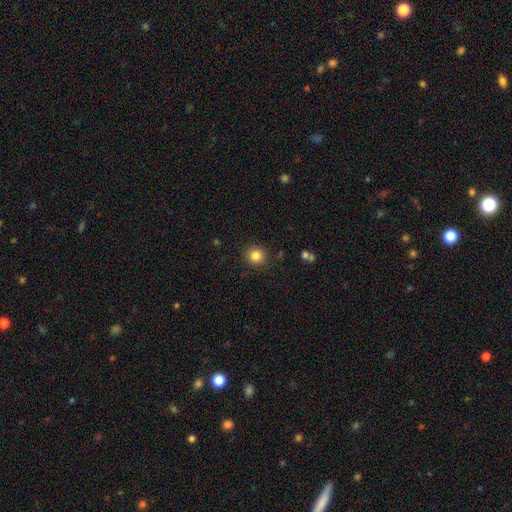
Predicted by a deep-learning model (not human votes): Morphology: type=smooth (84%); roundness=round (92%); merging=none (90%).